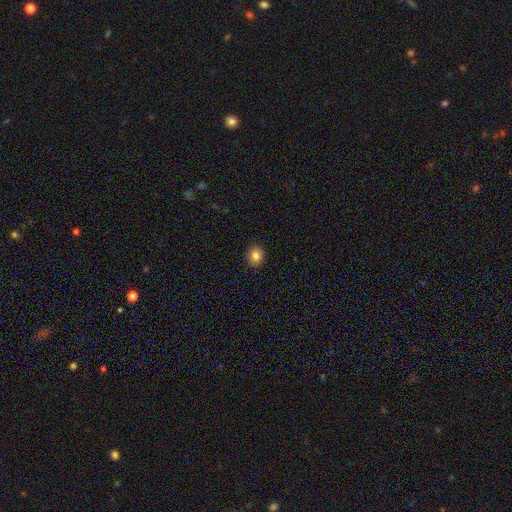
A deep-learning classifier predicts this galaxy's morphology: smooth 83%, star or artifact 10%, featured or disk 7%. Down the decision tree: how rounded — round (59%); merging — none (90%).